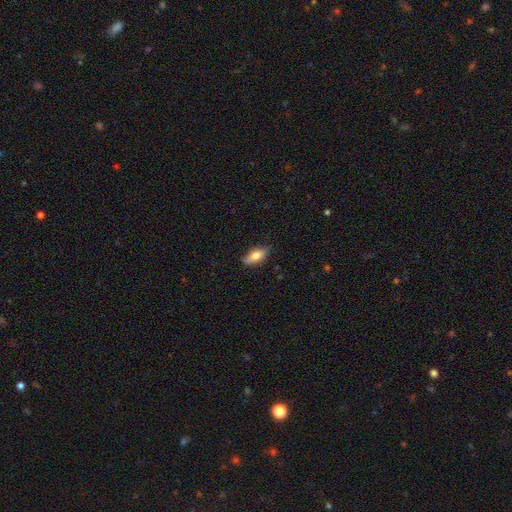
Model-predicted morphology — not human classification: type=smooth (75%); roundness=in between (81%); merging=none (80%).